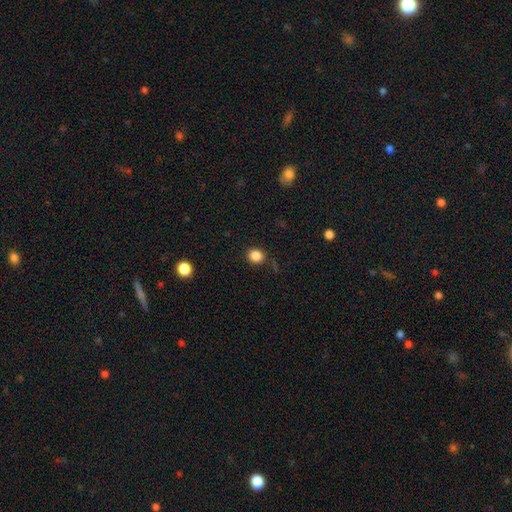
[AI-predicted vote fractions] Q: Smooth or featured?
A: smooth (85%); runner-up: star or artifact (11%)
Q: How rounded?
A: round (82%); runner-up: in between (17%)
Q: Merging?
A: none (85%); runner-up: minor disturbance (10%)